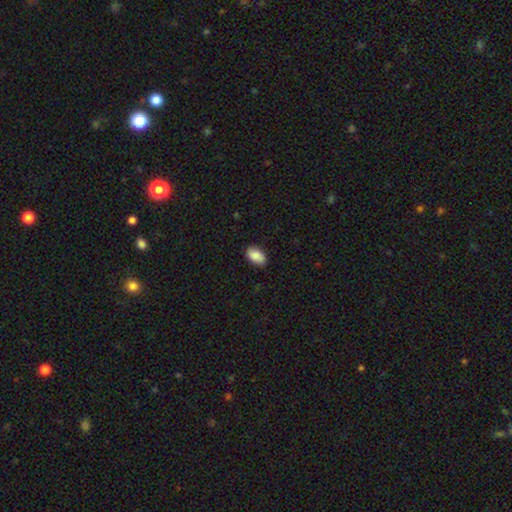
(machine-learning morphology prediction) This is clearly a smooth galaxy (88%). How rounded: clearly in between (94%). Merging: clearly none (85%).